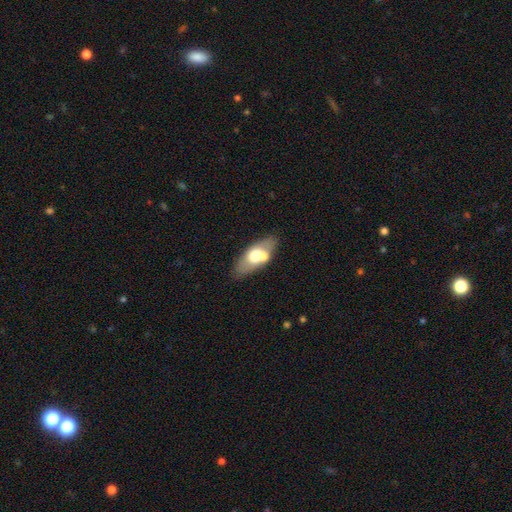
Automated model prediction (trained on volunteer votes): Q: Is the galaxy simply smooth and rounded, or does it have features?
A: smooth — 56%.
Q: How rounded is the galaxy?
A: in between — 82%.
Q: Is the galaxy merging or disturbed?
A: none — 64%.